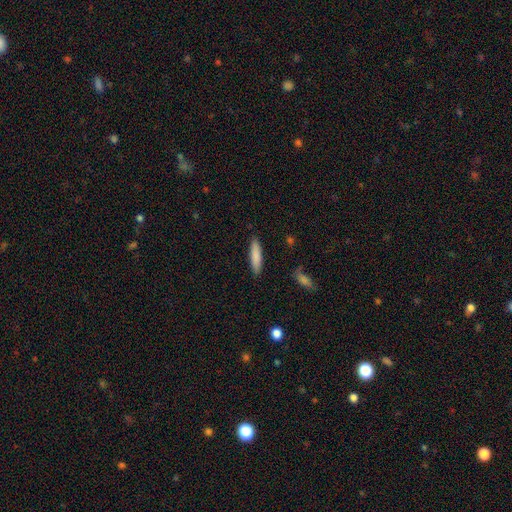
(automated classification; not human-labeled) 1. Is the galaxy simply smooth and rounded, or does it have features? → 84% smooth, 11% featured or disk, 6% star or artifact.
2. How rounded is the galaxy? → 79% cigar-shaped, 20% in between, 1% round.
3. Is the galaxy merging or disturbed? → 89% none, 8% minor disturbance, 2% major disturbance, 1% merger.